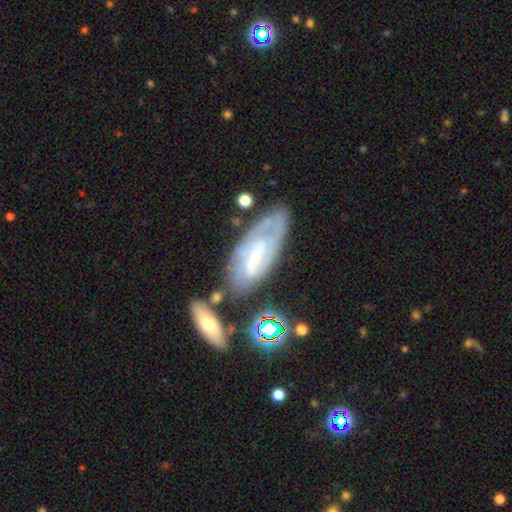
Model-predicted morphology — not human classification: featured or disk 67%, smooth 24%, star or artifact 9%. Down the decision tree: edge-on disk — no (85%); bar — weak (40%); spiral arms — yes (71%); bulge size — none (34%, tied with small); merging — none (54%).